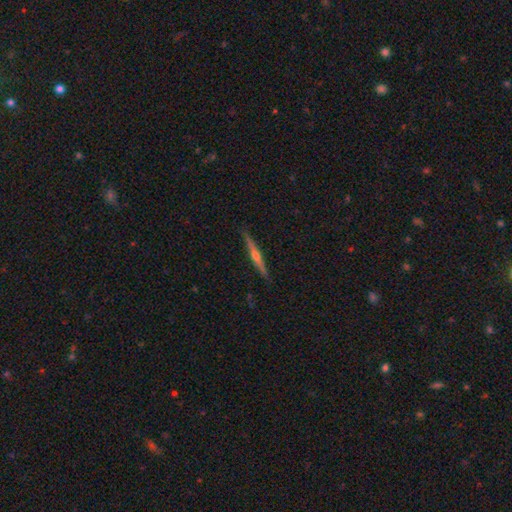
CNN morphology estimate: type=featured or disk (71%); edge-on=yes (98%); edge-on bulge=rounded (83%); merging=none (89%).